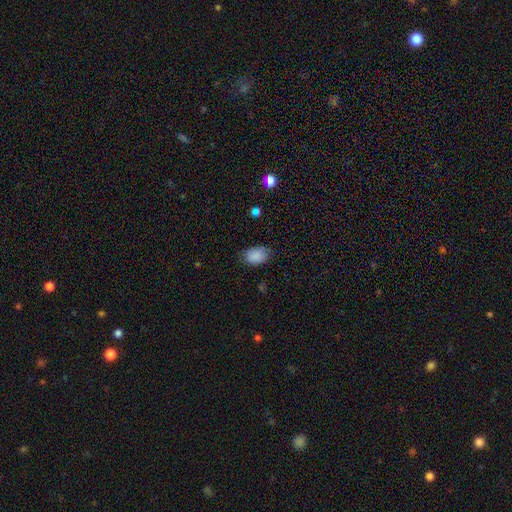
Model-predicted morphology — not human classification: A smooth galaxy with no disk features (86%) that is in between round and cigar-shaped (83%). Merging: none (71%).